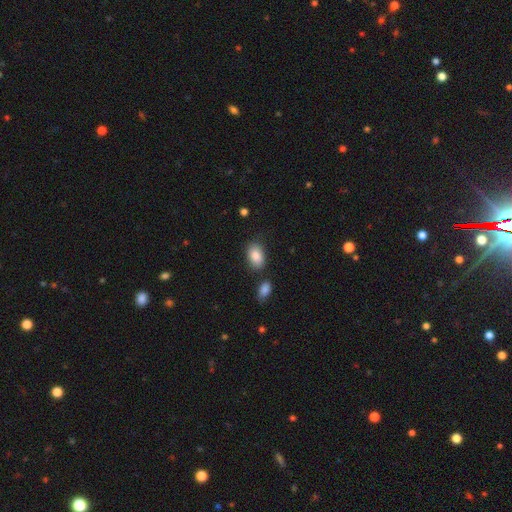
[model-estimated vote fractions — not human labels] This appears to be a smooth galaxy with no disk features (87%) that is in between round and cigar-shaped (90%). Merging: none (76%).